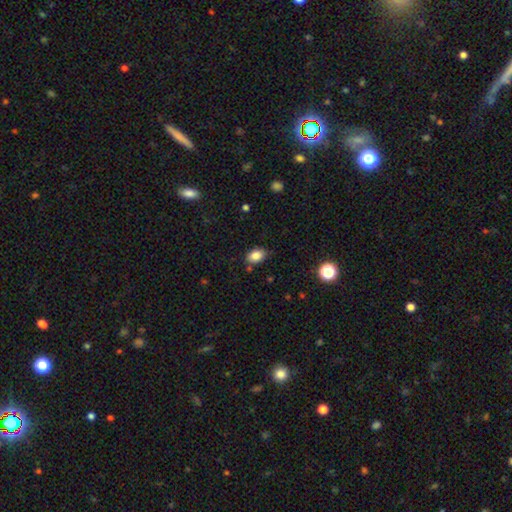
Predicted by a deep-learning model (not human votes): Smooth or featured: smooth — 84% (star or artifact — 10%)
How rounded: in between — 82% (round — 17%)
Merging: none — 80% (minor disturbance — 14%)